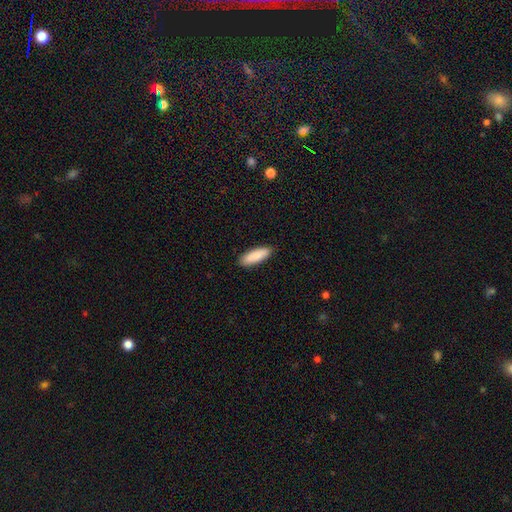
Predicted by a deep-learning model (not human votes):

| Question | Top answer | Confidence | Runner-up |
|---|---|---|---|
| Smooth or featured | smooth | 89% | star or artifact (5%) |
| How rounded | in between | 59% | cigar-shaped (40%) |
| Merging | none | 89% | minor disturbance (9%) |